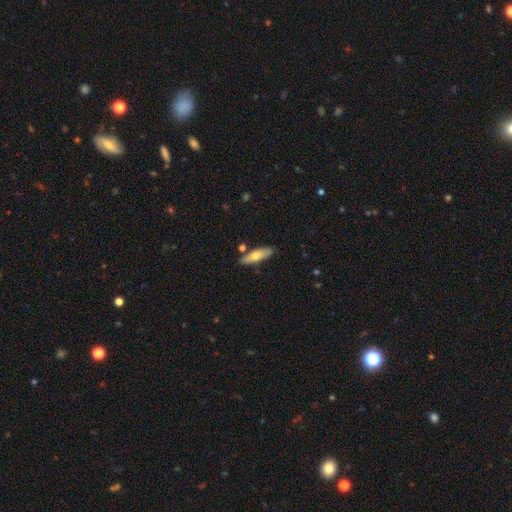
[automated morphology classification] Smooth or featured?
  - smooth: 63% *
  - featured or disk: 31%
  - star or artifact: 6%
How rounded?
  - cigar-shaped: 61% *
  - in between: 37%
  - round: 2%
Merging?
  - none: 82% *
  - minor disturbance: 11%
  - merger: 5%
  - major disturbance: 2%